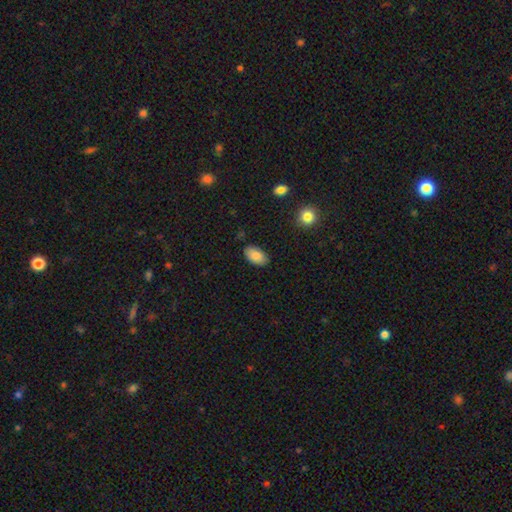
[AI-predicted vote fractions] smooth-or-featured: smooth: 85% | featured or disk: 8% | star or artifact: 7%
  how-rounded: in between: 94% | round: 5% | cigar-shaped: 1%
  merging: none: 84% | minor disturbance: 13% | major disturbance: 2% | merger: 1%